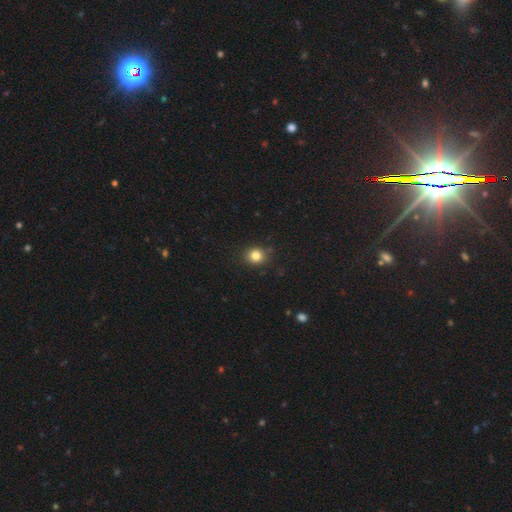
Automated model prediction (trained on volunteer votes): smooth-or-featured: smooth: 82% | star or artifact: 12% | featured or disk: 6%
  how-rounded: round: 82% | in between: 17% | cigar-shaped: 1%
  merging: none: 87% | minor disturbance: 9% | major disturbance: 2% | merger: 2%